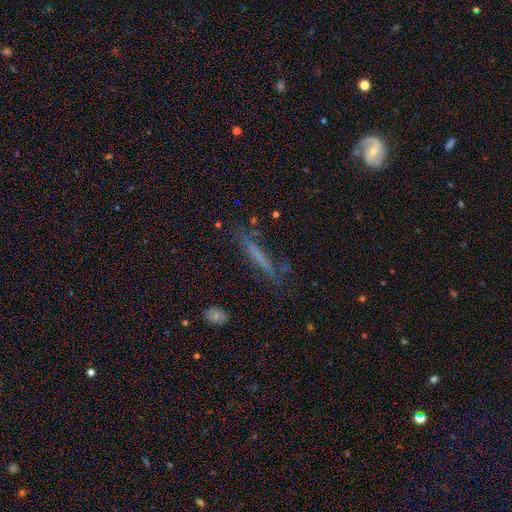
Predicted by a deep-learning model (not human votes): Smooth or featured? Predicted: smooth (p=0.43). Merging? Predicted: none (p=0.75).